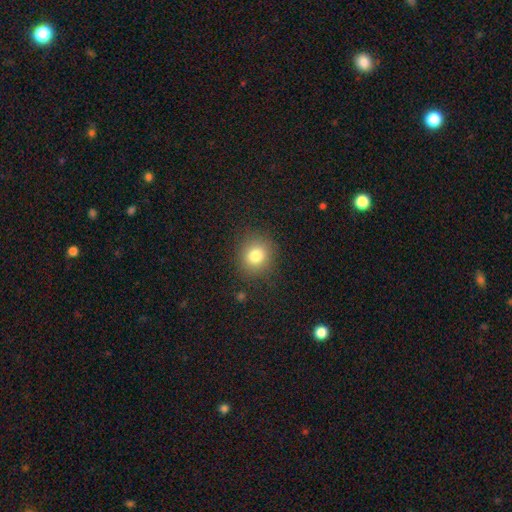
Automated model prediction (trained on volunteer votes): The model was most divided on "how rounded": round: 83%, in between: 16%, cigar-shaped: 1%. More confident: merging — none (86%); smooth or featured — smooth (80%).